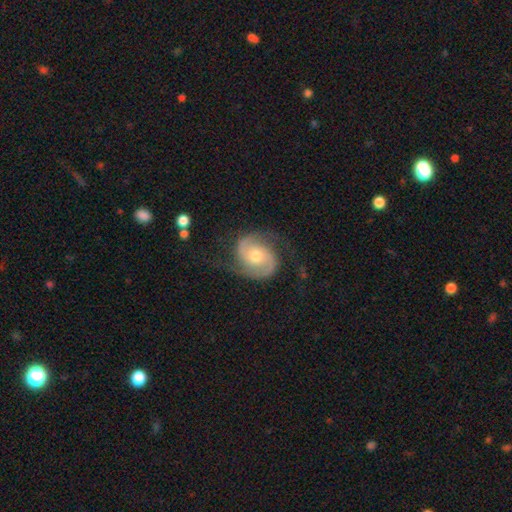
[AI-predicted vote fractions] smooth_or_featured: featured or disk (p=0.86) [alt: smooth p=0.09]
disk_edge_on: no (p=0.98) [alt: yes p=0.02]
bar: no (p=0.67) [alt: weak p=0.26]
has_spiral_arms: yes (p=0.97) [alt: no p=0.03]
spiral_winding: medium (p=0.50) [alt: tight p=0.33]
spiral_arm_count: 2 (p=0.91) [alt: can't tell p=0.03]
bulge_size: moderate (p=0.65) [alt: small p=0.29]
merging: none (p=0.74) [alt: minor disturbance p=0.17]